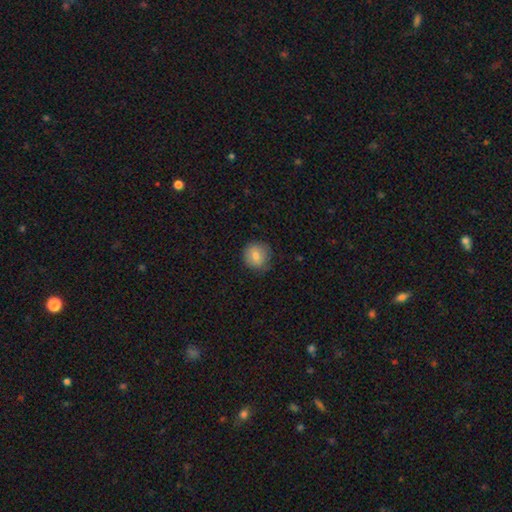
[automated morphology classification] The model was most divided on "smooth or featured": smooth: 74%, featured or disk: 16%, star or artifact: 9%. More confident: how rounded — round (87%); merging — none (80%).